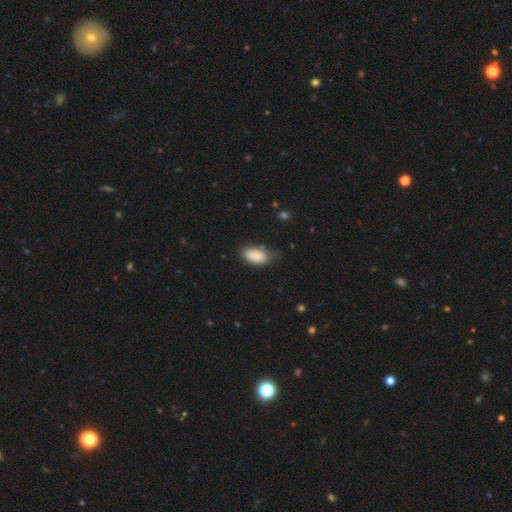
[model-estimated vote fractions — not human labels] A smooth galaxy with no disk features (88%) that is in between round and cigar-shaped (93%). Merging: none (66%).